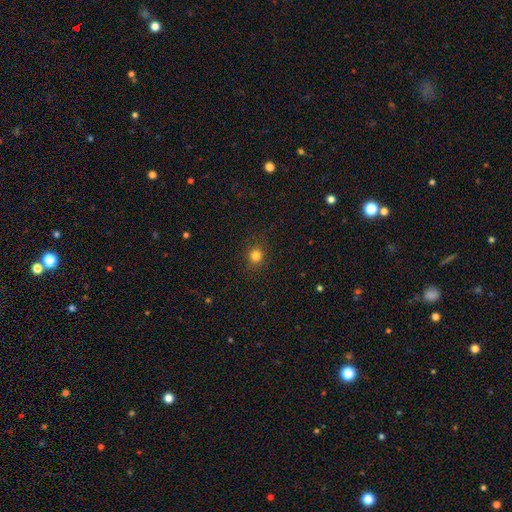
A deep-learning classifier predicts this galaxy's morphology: smooth-or-featured: smooth: 81% | star or artifact: 14% | featured or disk: 5%
  how-rounded: round: 86% | in between: 13% | cigar-shaped: 1%
  merging: none: 88% | minor disturbance: 8% | major disturbance: 3% | merger: 1%